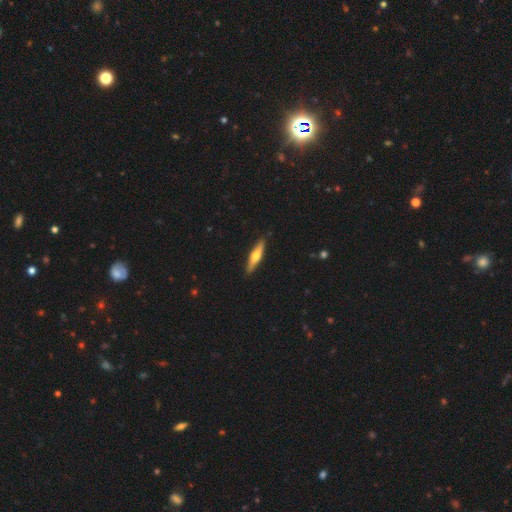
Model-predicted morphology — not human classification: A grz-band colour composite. It shows a featured or disk galaxy (50%). Merging: none (89%).